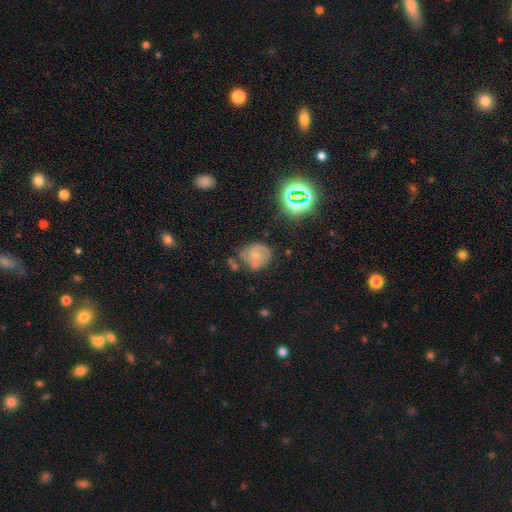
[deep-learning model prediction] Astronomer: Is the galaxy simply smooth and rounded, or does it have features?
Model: featured or disk — 52% (runner-up: smooth, 35%).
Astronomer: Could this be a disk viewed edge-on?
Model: no — 97%.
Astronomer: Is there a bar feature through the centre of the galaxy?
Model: no — 68%.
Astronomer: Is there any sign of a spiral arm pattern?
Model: yes — 75%.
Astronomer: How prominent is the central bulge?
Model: small — 40% (runner-up: moderate, 32%).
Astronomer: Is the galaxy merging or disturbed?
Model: none — 54%.